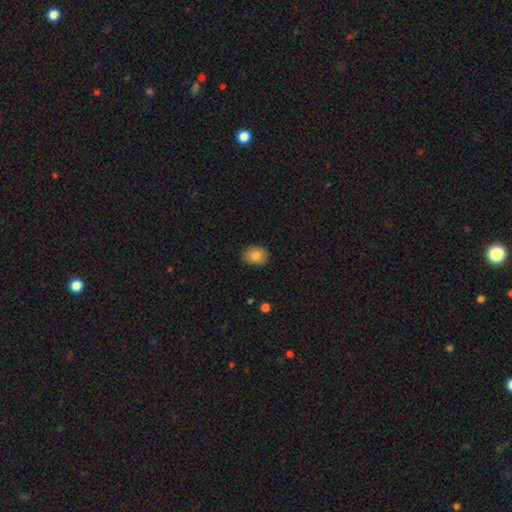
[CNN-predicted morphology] The model was most divided on "how rounded": in between: 50%, round: 49%, cigar-shaped: 1%. More confident: smooth or featured — smooth (82%); merging — none (82%).